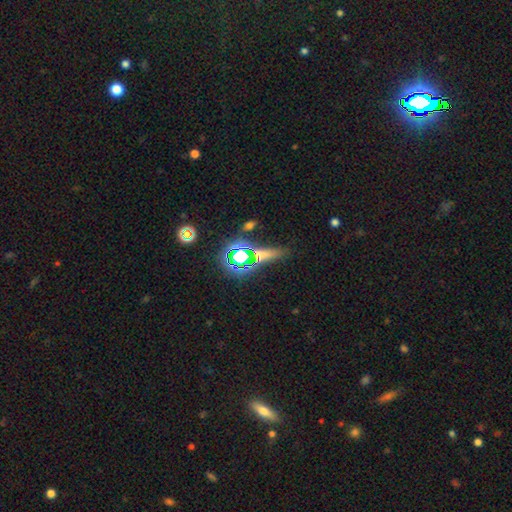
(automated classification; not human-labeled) This is marginally a star or artifact rather than a galaxy (44%).